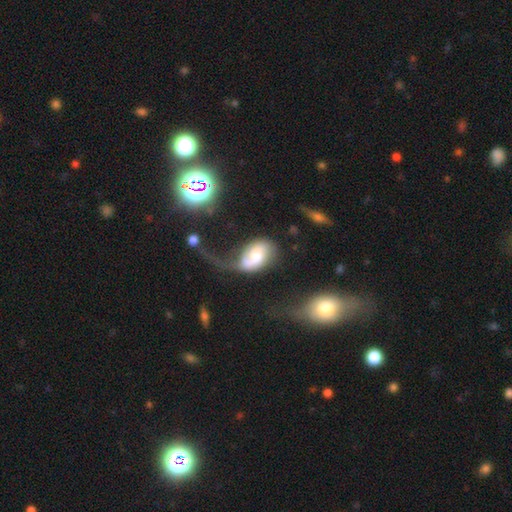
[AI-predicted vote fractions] The model was most divided on "merging": major disturbance: 39%, none: 28%, minor disturbance: 22%, merger: 12%. More confident: edge-on disk — no (96%); spiral arms — yes (81%); smooth or featured — featured or disk (61%); bulge size — moderate (61%); bar — no (54%).